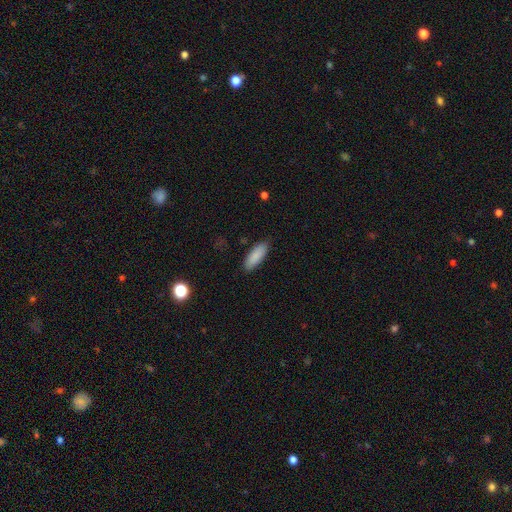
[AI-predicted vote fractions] The model was most divided on "how rounded": in between: 64%, cigar-shaped: 34%, round: 2%. More confident: smooth or featured — smooth (88%); merging — none (87%).